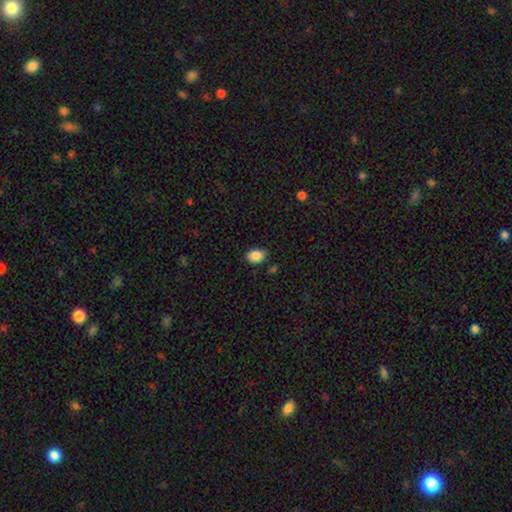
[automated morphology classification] This appears to be a smooth galaxy with no disk features (88%) that is in between round and cigar-shaped (75%). Merging: none (82%).